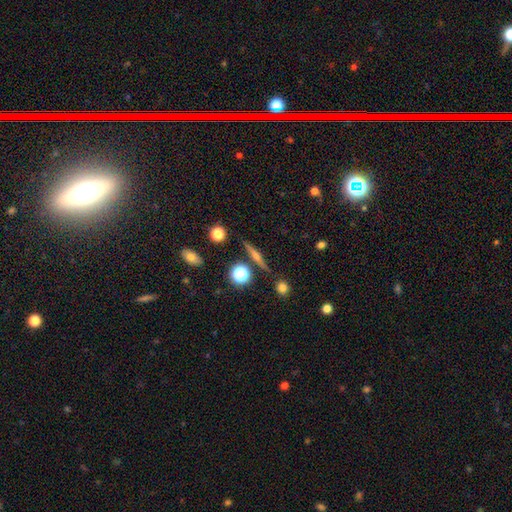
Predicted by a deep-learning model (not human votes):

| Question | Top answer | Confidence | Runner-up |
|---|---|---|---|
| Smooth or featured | featured or disk | 66% | smooth (20%) |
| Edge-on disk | yes | 96% | no (4%) |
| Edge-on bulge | rounded | 86% | none (8%) |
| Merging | none | 87% | minor disturbance (7%) |